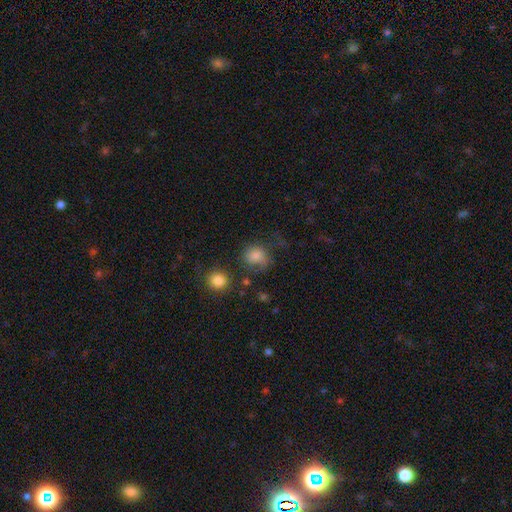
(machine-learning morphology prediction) Q: Smooth or featured?
A: smooth (71%); runner-up: featured or disk (15%)
Q: How rounded?
A: round (77%); runner-up: in between (22%)
Q: Merging?
A: none (49%); runner-up: minor disturbance (24%)